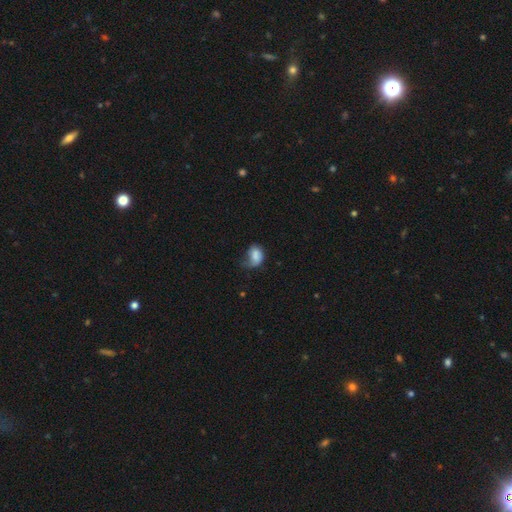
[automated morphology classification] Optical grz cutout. It shows a smooth galaxy with no disk features (72%) that is in between round and cigar-shaped (73%). Merging: minor disturbance (35%).